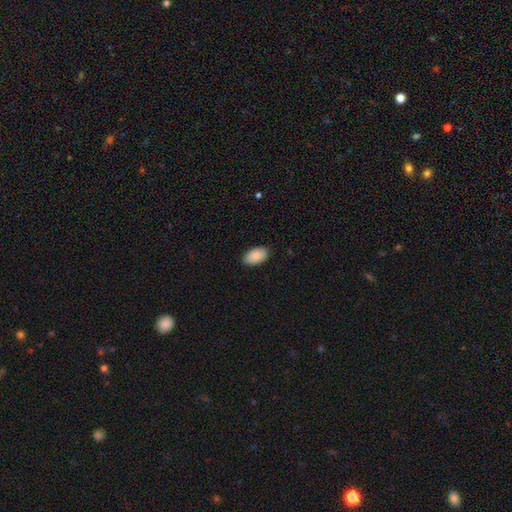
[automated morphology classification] The model was most divided on "smooth or featured": smooth: 86%, featured or disk: 8%, star or artifact: 6%. More confident: how rounded — in between (95%); merging — none (88%).